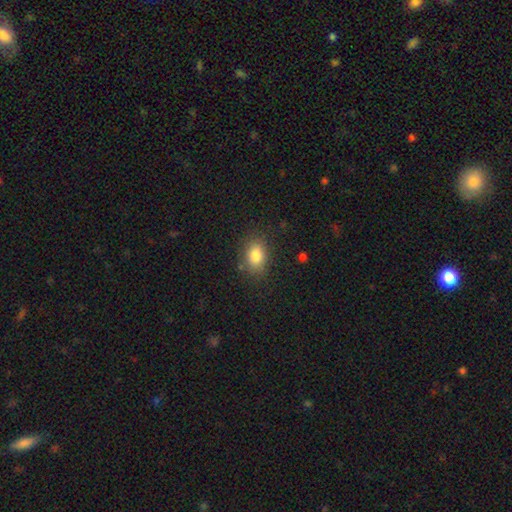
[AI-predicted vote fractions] Overall: smooth (83%). How rounded: in between (78%). Merging: none (82%).